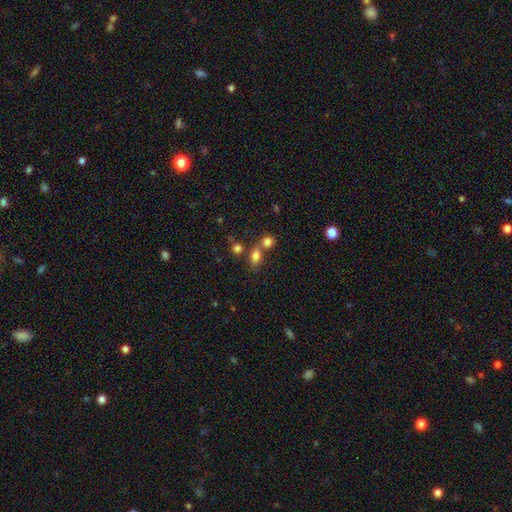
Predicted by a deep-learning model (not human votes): A smooth galaxy with no disk features (79%) that is in between round and cigar-shaped (67%).

Vote fractions:
- Smooth or featured? smooth: 79% / star or artifact: 13% / featured or disk: 8%
- How rounded? in between: 67% / round: 31% / cigar-shaped: 2%
- Merging? none: 46% / merger: 40% / minor disturbance: 9% / major disturbance: 4%